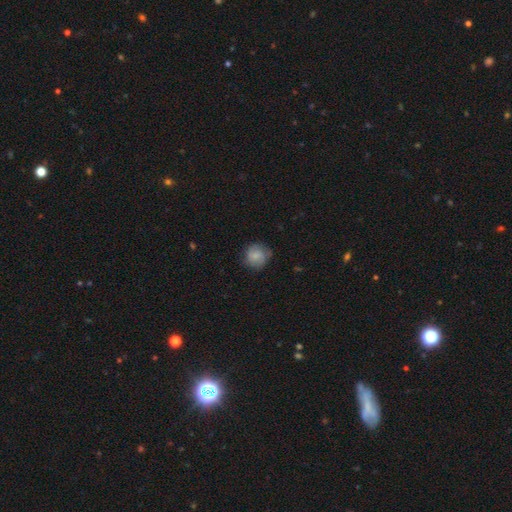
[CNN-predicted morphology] Smooth or featured? smooth (68%)
How rounded? round (87%)
Merging? none (70%)